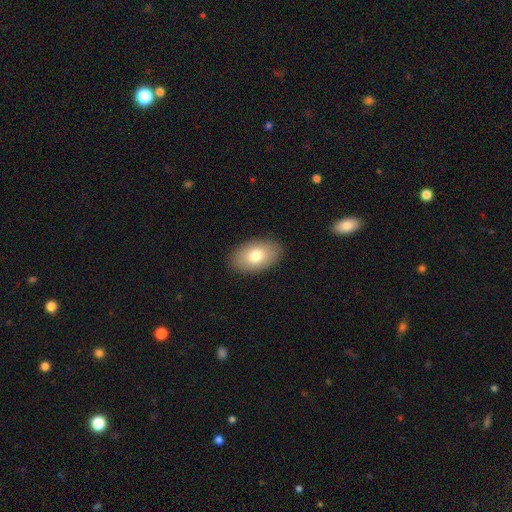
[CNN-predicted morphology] A smooth galaxy with no disk features (77%) that is in between round and cigar-shaped (92%). Merging: none (88%).